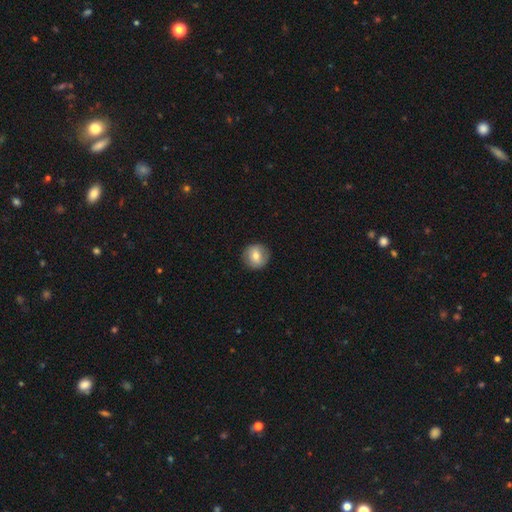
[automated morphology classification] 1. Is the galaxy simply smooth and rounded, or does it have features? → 67% smooth, 25% featured or disk, 8% star or artifact.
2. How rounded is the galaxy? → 92% round, 7% in between, 1% cigar-shaped.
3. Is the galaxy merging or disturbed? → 89% none, 8% minor disturbance, 2% major disturbance, 1% merger.